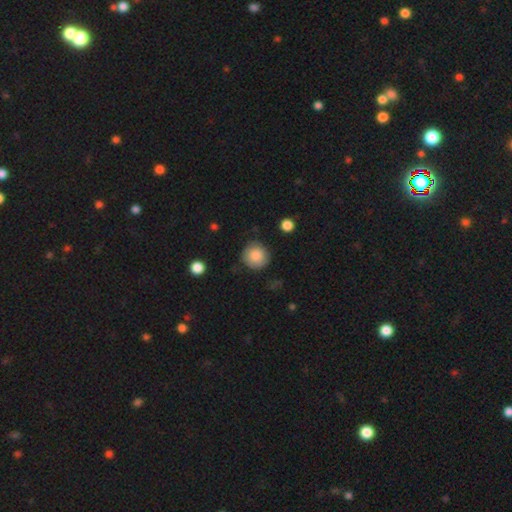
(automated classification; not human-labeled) smooth-or-featured: smooth: 86% | star or artifact: 8% | featured or disk: 7%
  how-rounded: round: 92% | in between: 7% | cigar-shaped: 1%
  merging: none: 80% | minor disturbance: 14% | major disturbance: 4% | merger: 2%